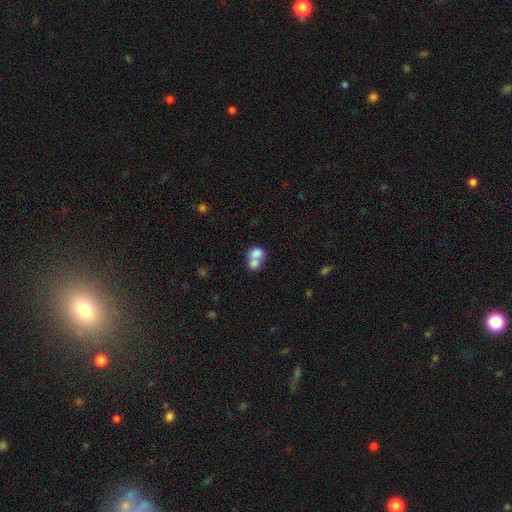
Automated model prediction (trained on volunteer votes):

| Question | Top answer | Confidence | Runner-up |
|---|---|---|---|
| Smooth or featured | smooth | 74% | featured or disk (17%) |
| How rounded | round | 50% | in between (48%) |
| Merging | merger | 73% | none (19%) |